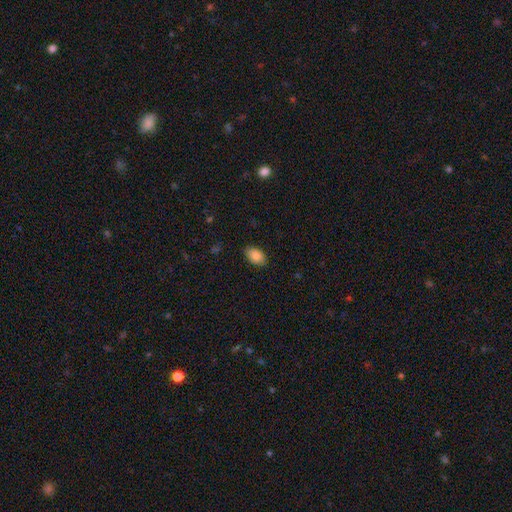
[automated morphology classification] This is clearly a smooth galaxy (86%). How rounded: clearly in between (92%). Merging: clearly none (87%).